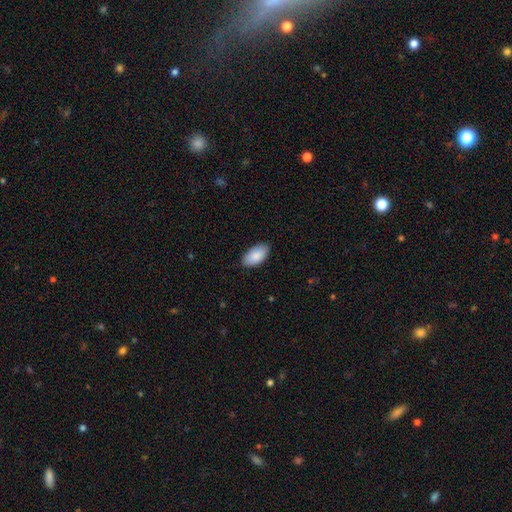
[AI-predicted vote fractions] A smooth galaxy with no disk features (88%) that is in between round and cigar-shaped (96%).

Vote fractions:
- Smooth or featured? smooth: 88% / featured or disk: 6% / star or artifact: 6%
- How rounded? in between: 96% / round: 2% / cigar-shaped: 2%
- Merging? none: 85% / minor disturbance: 12% / major disturbance: 2% / merger: 1%